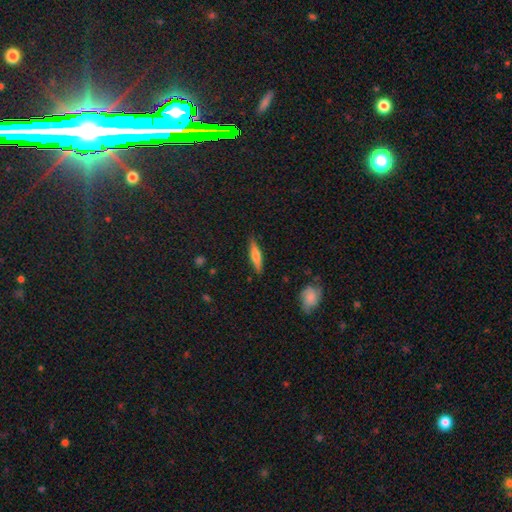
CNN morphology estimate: Smooth or featured? Predicted: smooth (p=0.60). How rounded? Predicted: cigar-shaped (p=0.81). Merging? Predicted: none (p=0.88).